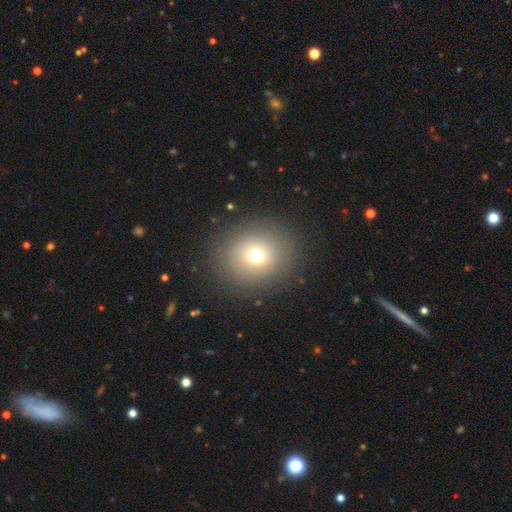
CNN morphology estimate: Smooth or featured?
  - smooth: 70% *
  - star or artifact: 16%
  - featured or disk: 14%
How rounded?
  - round: 78% *
  - in between: 21%
  - cigar-shaped: 1%
Merging?
  - none: 86% *
  - minor disturbance: 8%
  - major disturbance: 5%
  - merger: 1%